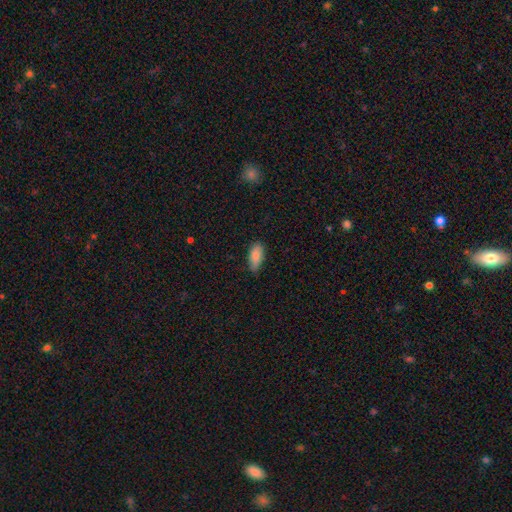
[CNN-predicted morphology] smooth-or-featured: smooth: 85% | featured or disk: 8% | star or artifact: 6%
  how-rounded: in between: 85% | cigar-shaped: 12% | round: 2%
  merging: none: 75% | minor disturbance: 21% | major disturbance: 3% | merger: 1%